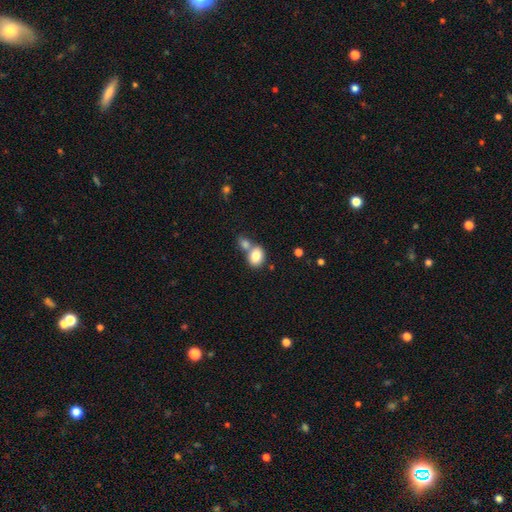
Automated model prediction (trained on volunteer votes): Smooth or featured: smooth — 82% (featured or disk — 10%)
How rounded: in between — 58% (round — 41%)
Merging: merger — 45% (none — 43%)